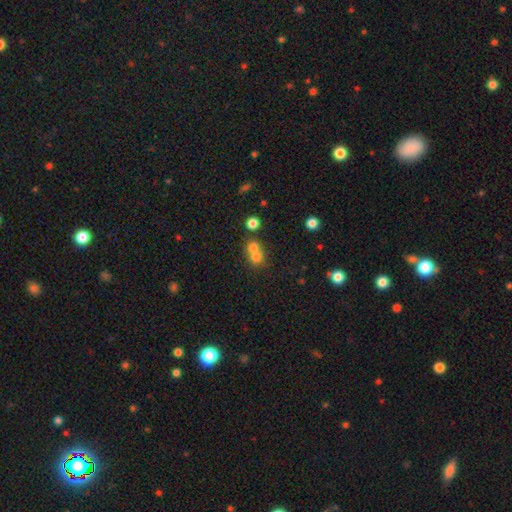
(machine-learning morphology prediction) smooth 72%, star or artifact 14%, featured or disk 14%. Down the decision tree: how rounded — round (80%); merging — merger (60%).